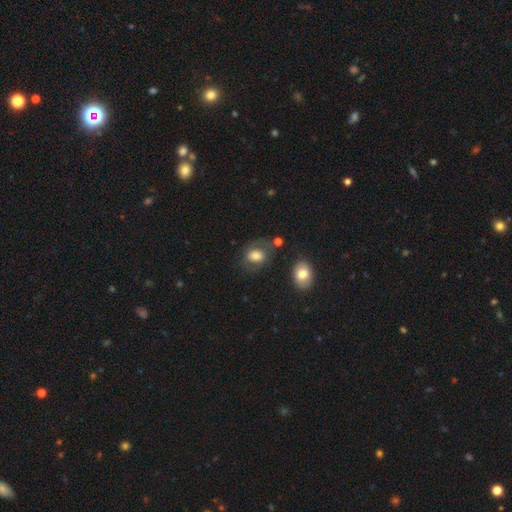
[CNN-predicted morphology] smooth_or_featured: smooth (p=0.68) [alt: featured or disk p=0.24]
how_rounded: in between (p=0.58) [alt: round p=0.40]
merging: none (p=0.63) [alt: minor disturbance p=0.18]